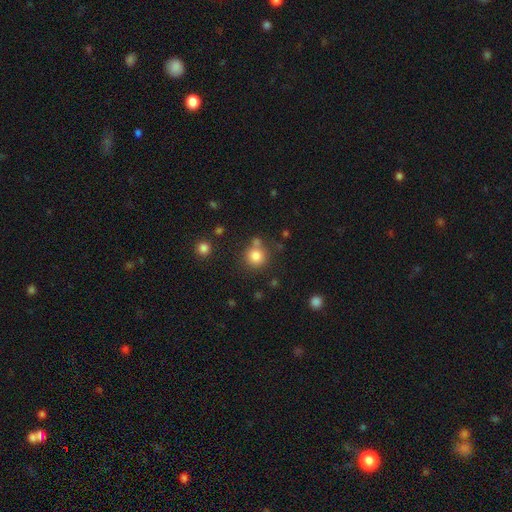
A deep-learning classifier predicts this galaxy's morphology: A smooth galaxy with no disk features (82%) that is round (91%).

Vote fractions:
- Smooth or featured? smooth: 82% / star or artifact: 12% / featured or disk: 6%
- How rounded? round: 91% / in between: 8% / cigar-shaped: 1%
- Merging? none: 70% / merger: 14% / minor disturbance: 11% / major disturbance: 4%